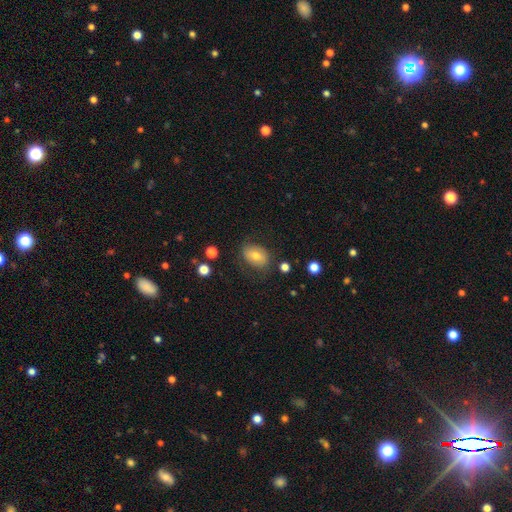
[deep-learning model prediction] Q: Smooth or featured?
A: smooth (68%); runner-up: featured or disk (22%)
Q: How rounded?
A: in between (77%); runner-up: round (22%)
Q: Merging?
A: none (75%); runner-up: minor disturbance (17%)